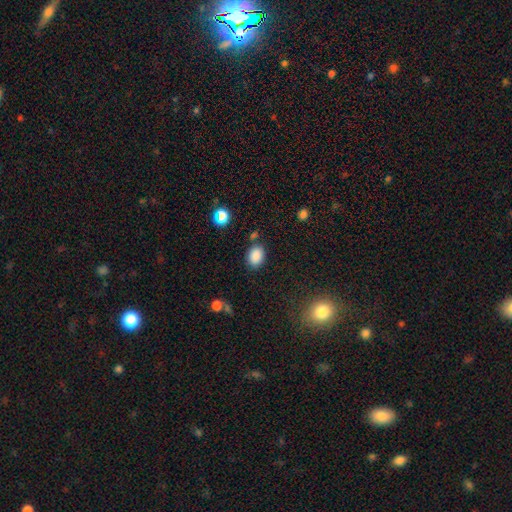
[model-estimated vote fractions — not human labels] Morphology: type=smooth (87%); roundness=in between (73%); merging=none (78%).